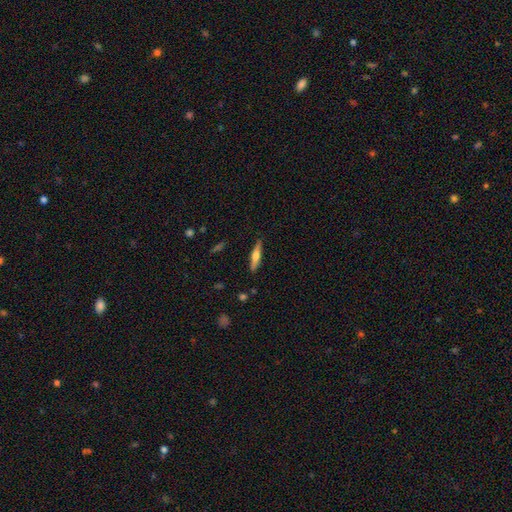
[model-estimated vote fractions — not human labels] Morphology: type=featured or disk (48%); merging=none (87%).